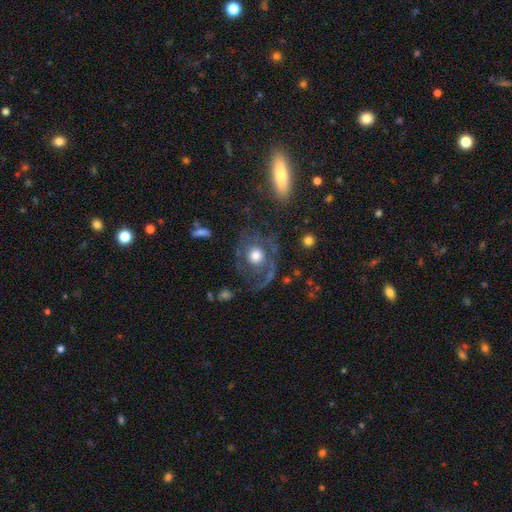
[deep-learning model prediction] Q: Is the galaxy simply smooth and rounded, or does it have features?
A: featured or disk — 67%.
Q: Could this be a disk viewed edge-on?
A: no — 97%.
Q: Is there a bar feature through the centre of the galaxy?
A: no — 84%.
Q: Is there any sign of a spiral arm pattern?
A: yes — 75%.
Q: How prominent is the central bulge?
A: moderate — 53%.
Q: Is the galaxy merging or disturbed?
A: none — 58%.